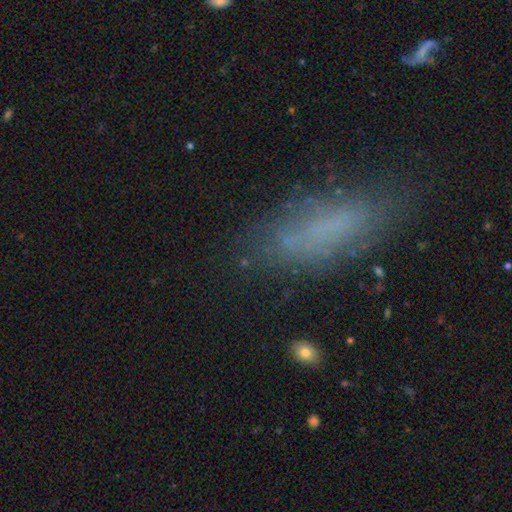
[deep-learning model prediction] smooth-or-featured: smooth: 59% | featured or disk: 27% | star or artifact: 14%
  how-rounded: in between: 57% | cigar-shaped: 40% | round: 3%
  merging: none: 64% | minor disturbance: 22% | major disturbance: 11% | merger: 3%